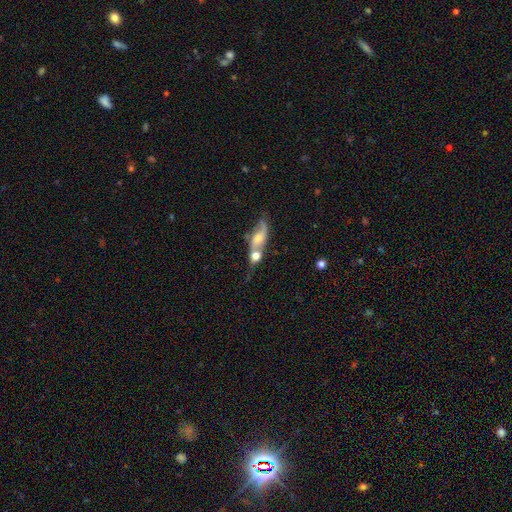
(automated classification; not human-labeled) smooth_or_featured: smooth (p=0.46) [alt: featured or disk p=0.45]
merging: merger (p=0.58) [alt: none p=0.23]